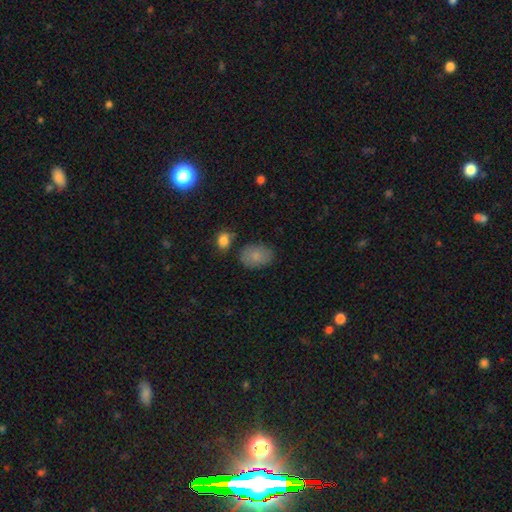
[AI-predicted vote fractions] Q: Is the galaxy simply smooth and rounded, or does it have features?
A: smooth — 81%.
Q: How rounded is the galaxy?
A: in between — 79%.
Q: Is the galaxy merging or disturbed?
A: none — 73%.